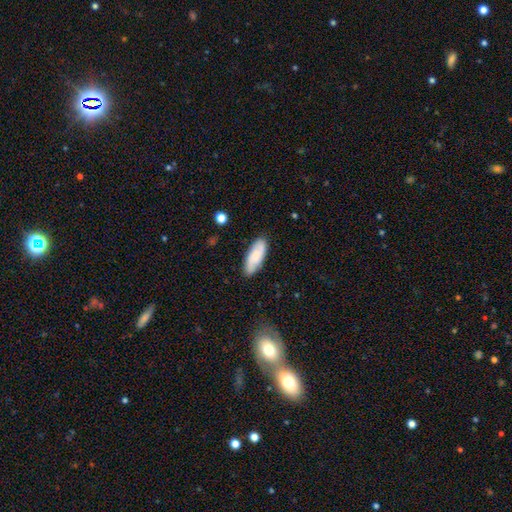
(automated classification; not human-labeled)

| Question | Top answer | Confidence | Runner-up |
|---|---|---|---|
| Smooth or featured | smooth | 69% | featured or disk (24%) |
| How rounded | in between | 73% | cigar-shaped (25%) |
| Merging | none | 84% | minor disturbance (12%) |